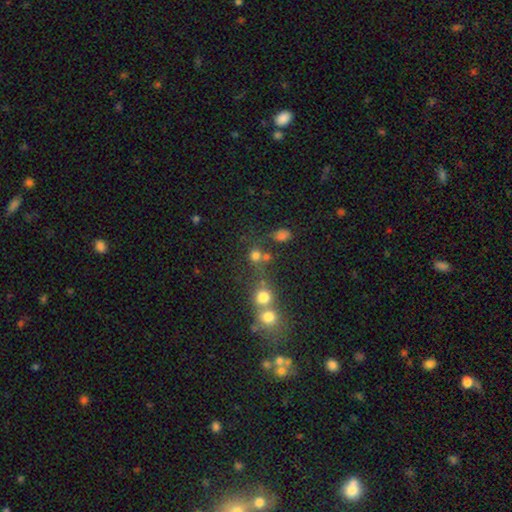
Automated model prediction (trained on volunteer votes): Morphology: type=smooth (71%); roundness=round (84%); merging=none (50%).